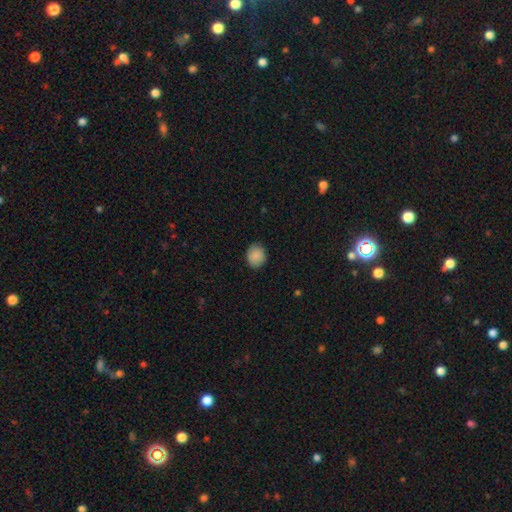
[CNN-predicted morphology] The model was most divided on "how rounded": round: 62%, in between: 37%, cigar-shaped: 1%. More confident: smooth or featured — smooth (89%); merging — none (85%).